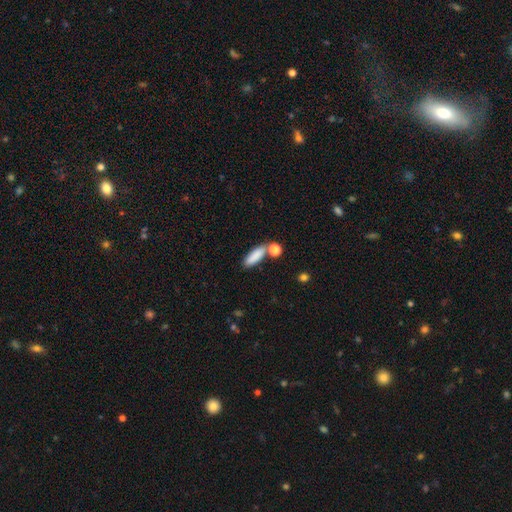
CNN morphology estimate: Overall: smooth (85%). How rounded: in between (53%; cigar-shaped 43%). Merging: none (67%).